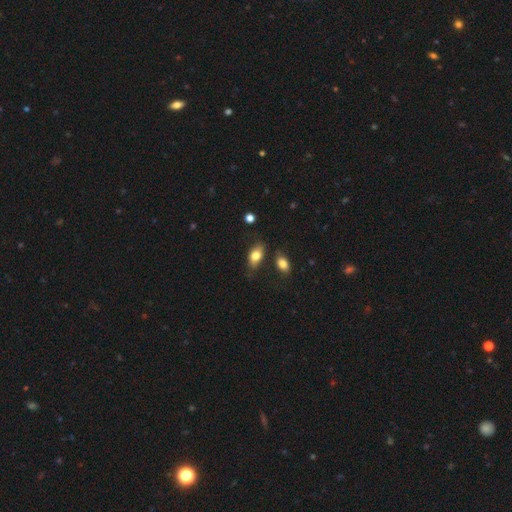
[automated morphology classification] This is likely a smooth galaxy (79%). How rounded: clearly in between (88%). Merging: likely none (71%).